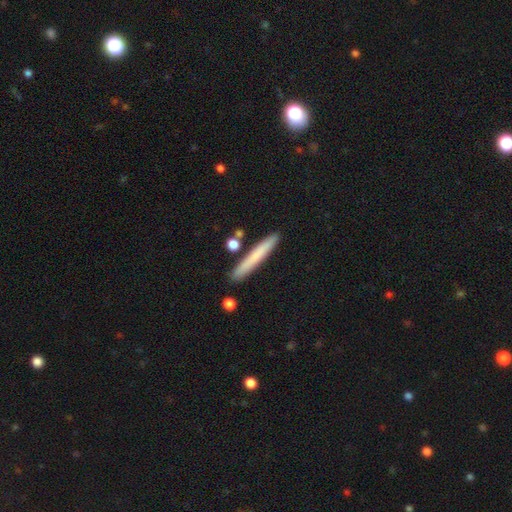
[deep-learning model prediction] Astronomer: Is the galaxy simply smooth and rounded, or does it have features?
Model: smooth — 71%.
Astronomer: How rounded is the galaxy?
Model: cigar-shaped — 96%.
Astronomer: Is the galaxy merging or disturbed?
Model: none — 87%.